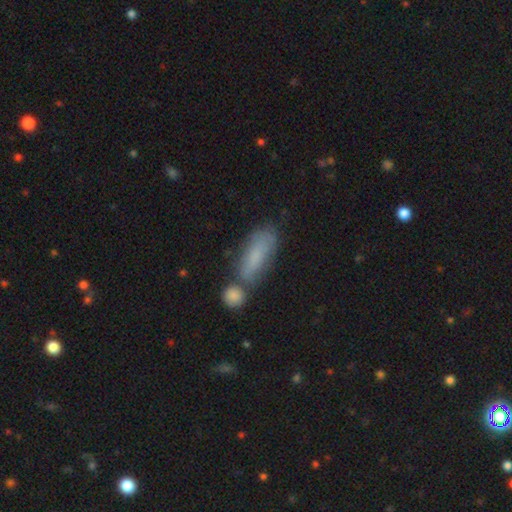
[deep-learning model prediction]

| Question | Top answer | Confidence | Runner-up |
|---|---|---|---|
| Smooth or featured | smooth | 72% | featured or disk (19%) |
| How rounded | in between | 64% | cigar-shaped (33%) |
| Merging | none | 46% | merger (30%) |